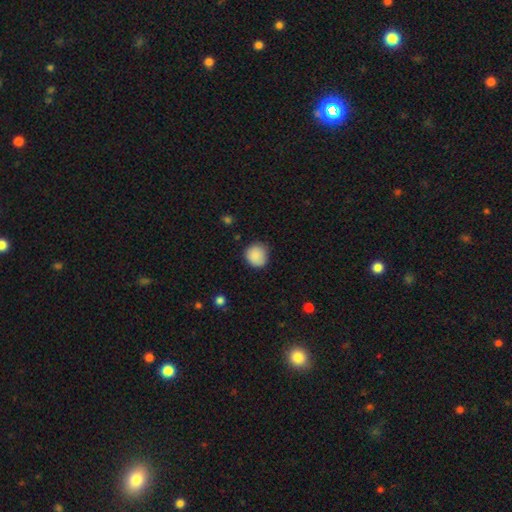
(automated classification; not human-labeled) A smooth galaxy with no disk features (88%) that is round (91%). Merging: none (80%).